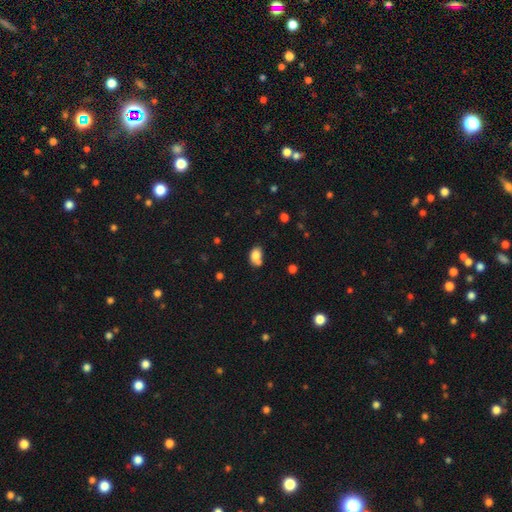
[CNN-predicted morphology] Smooth or featured? Predicted: smooth (p=0.79). How rounded? Predicted: in between (p=0.76). Merging? Predicted: none (p=0.44).